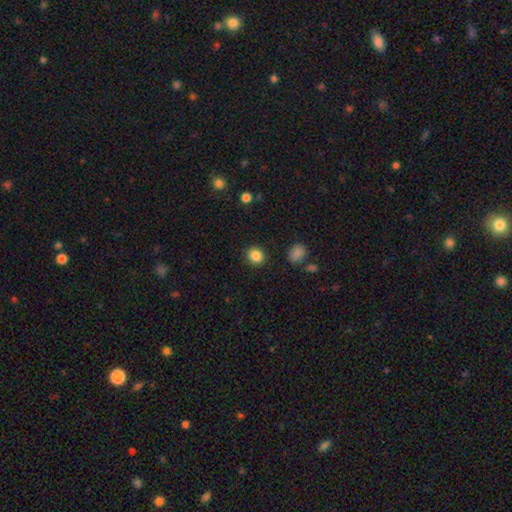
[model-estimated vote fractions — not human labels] Morphology: type=smooth (86%); roundness=round (85%); merging=none (90%).